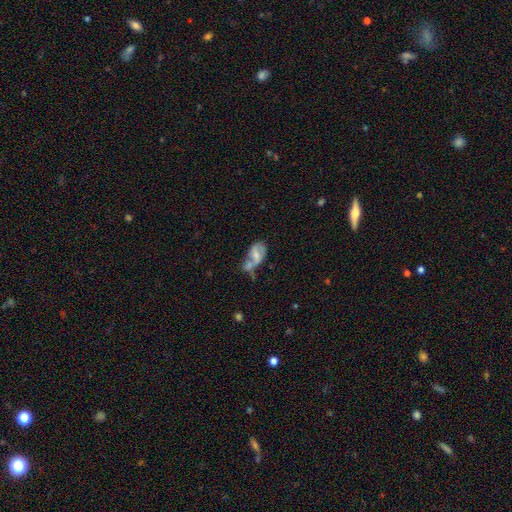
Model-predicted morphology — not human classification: Smooth or featured: smooth — 48% (featured or disk — 43%)
Merging: merger — 51% (none — 18%)